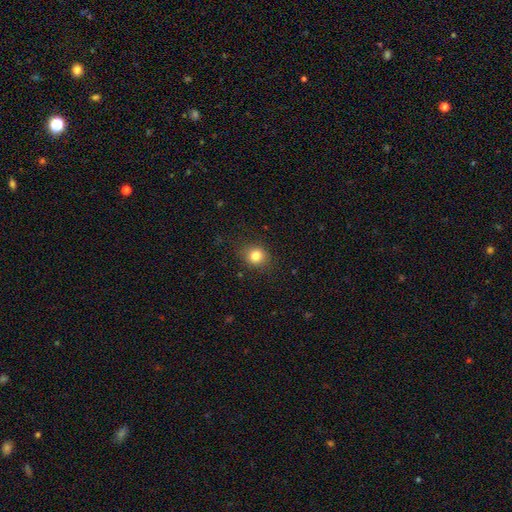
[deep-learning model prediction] Smooth or featured? smooth (82%)
How rounded? round (77%)
Merging? none (85%)